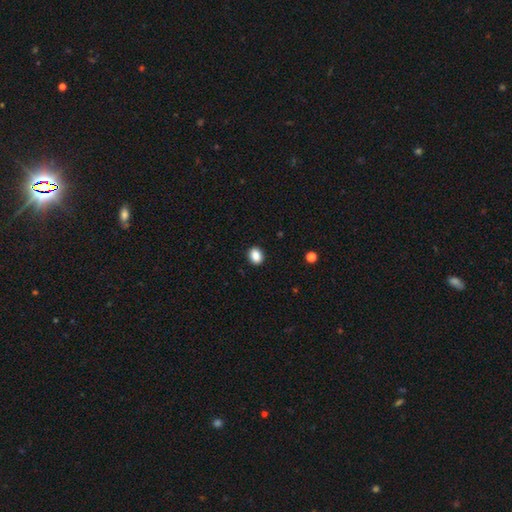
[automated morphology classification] Overall: smooth (88%). How rounded: in between (59%; round 40%). Merging: none (91%).